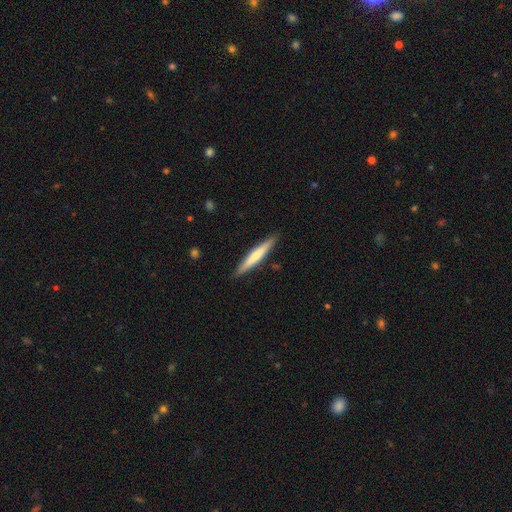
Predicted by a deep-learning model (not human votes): smooth 55%, featured or disk 40%, star or artifact 5%. Down the decision tree: how rounded — cigar-shaped (95%); merging — none (90%).